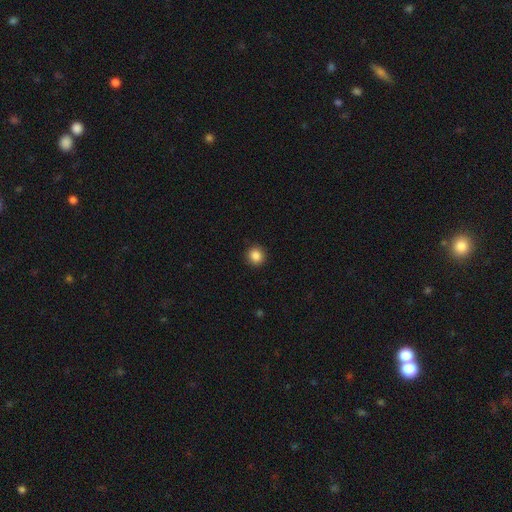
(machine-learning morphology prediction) The model was most divided on "smooth or featured": smooth: 86%, star or artifact: 10%, featured or disk: 3%. More confident: merging — none (92%); how rounded — round (91%).